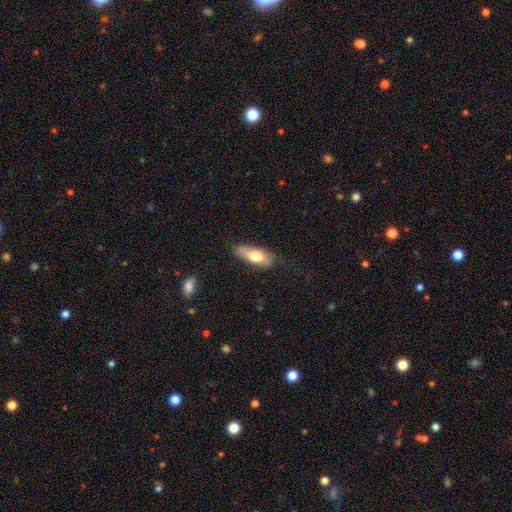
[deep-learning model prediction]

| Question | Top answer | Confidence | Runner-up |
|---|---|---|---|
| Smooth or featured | smooth | 68% | featured or disk (26%) |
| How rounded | in between | 67% | cigar-shaped (30%) |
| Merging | none | 66% | minor disturbance (25%) |